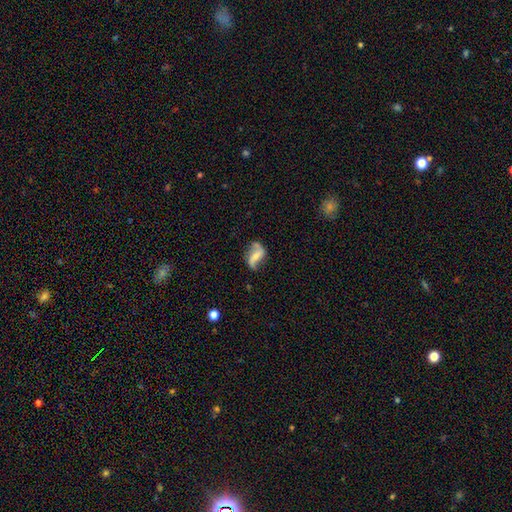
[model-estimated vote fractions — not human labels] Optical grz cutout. It shows a featured or disk galaxy (74%) with a weak bar (36%), 2 (90%) loose (77%) spiral arms (90%) and a small central bulge (43%). Merging: none (64%).